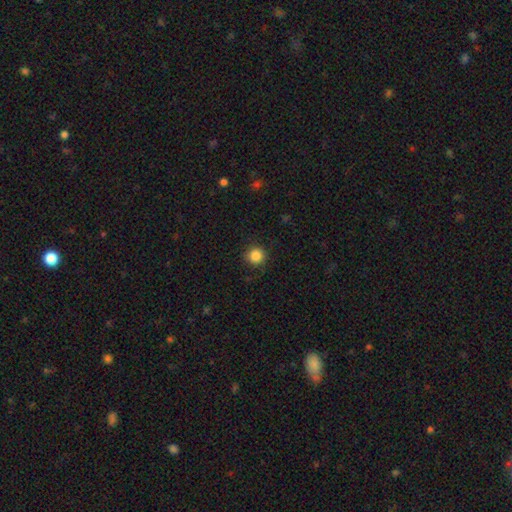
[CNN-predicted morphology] Q: Smooth or featured?
A: smooth (86%); runner-up: star or artifact (10%)
Q: How rounded?
A: round (94%); runner-up: in between (5%)
Q: Merging?
A: none (89%); runner-up: minor disturbance (7%)